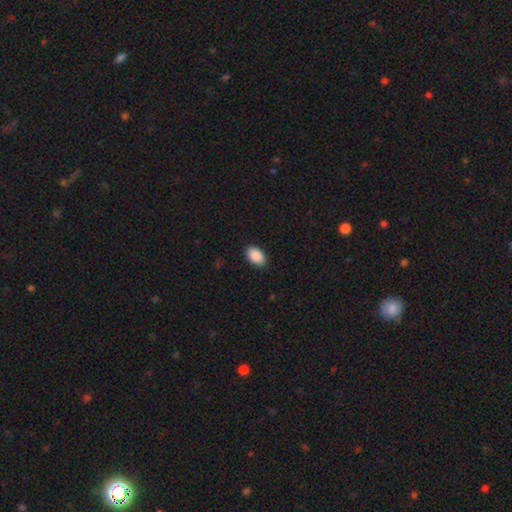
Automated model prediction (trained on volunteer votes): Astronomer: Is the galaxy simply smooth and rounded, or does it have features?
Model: smooth — 90%.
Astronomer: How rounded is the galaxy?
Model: in between — 92%.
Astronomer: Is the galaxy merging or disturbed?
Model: none — 90%.